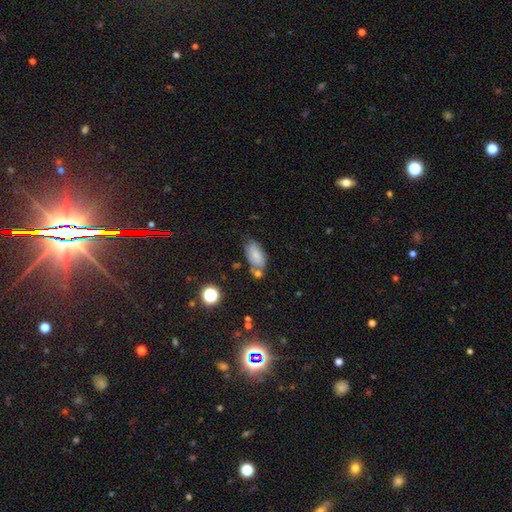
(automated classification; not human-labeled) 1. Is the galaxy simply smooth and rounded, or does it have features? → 74% smooth, 16% featured or disk, 10% star or artifact.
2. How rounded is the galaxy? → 90% in between, 6% cigar-shaped, 4% round.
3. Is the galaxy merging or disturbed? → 57% none, 22% minor disturbance, 14% merger, 6% major disturbance.